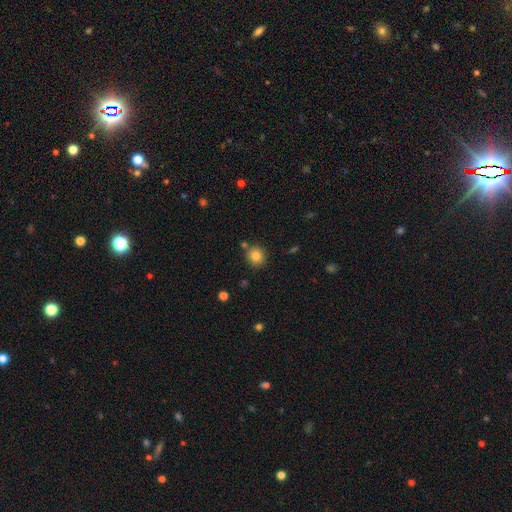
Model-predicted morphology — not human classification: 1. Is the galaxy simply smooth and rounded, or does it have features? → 82% smooth, 11% star or artifact, 7% featured or disk.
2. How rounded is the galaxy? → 89% round, 10% in between, 1% cigar-shaped.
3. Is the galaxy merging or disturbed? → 83% none, 8% minor disturbance, 6% merger, 2% major disturbance.